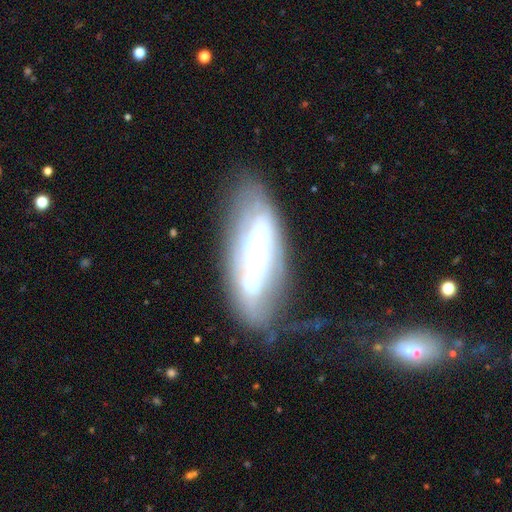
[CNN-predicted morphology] Q: Smooth or featured?
A: featured or disk (64%); runner-up: smooth (27%)
Q: Edge-on disk?
A: no (84%); runner-up: yes (16%)
Q: Bar?
A: no (70%); runner-up: weak (20%)
Q: Spiral arms?
A: yes (59%); runner-up: no (41%)
Q: Bulge size?
A: small (49%); runner-up: none (22%)
Q: Merging?
A: none (48%); runner-up: minor disturbance (25%)